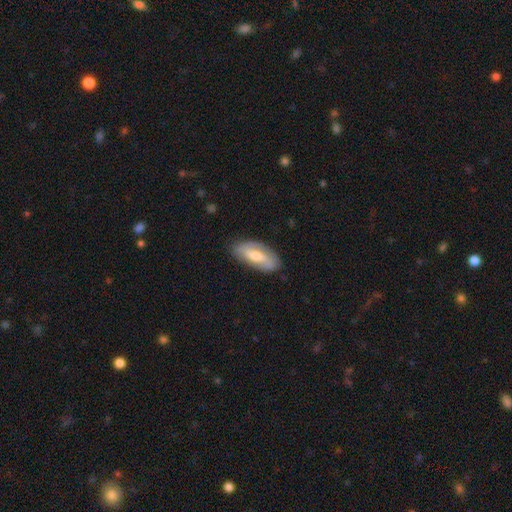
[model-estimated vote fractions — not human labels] Smooth or featured: featured or disk — 48% (smooth — 46%)
Merging: none — 80% (minor disturbance — 15%)